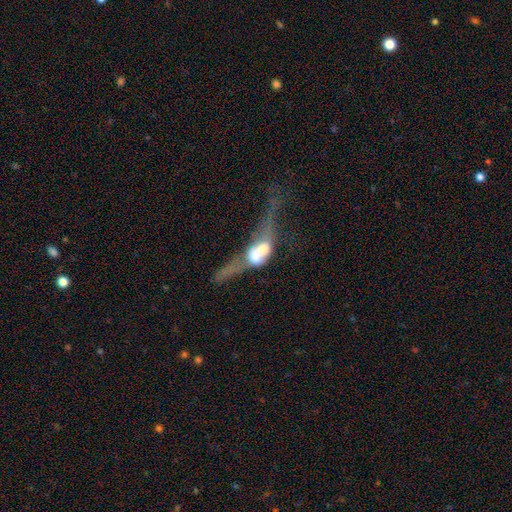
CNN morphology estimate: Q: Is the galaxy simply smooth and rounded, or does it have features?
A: featured or disk — 49%.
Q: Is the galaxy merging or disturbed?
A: merger — 62%.